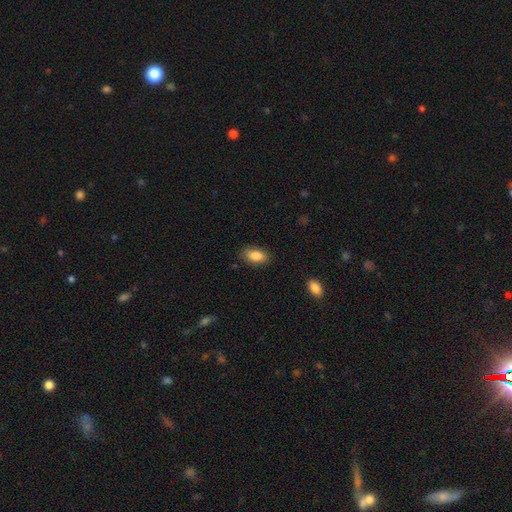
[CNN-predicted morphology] Smooth or featured? Predicted: smooth (p=0.86). How rounded? Predicted: in between (p=0.91). Merging? Predicted: none (p=0.84).